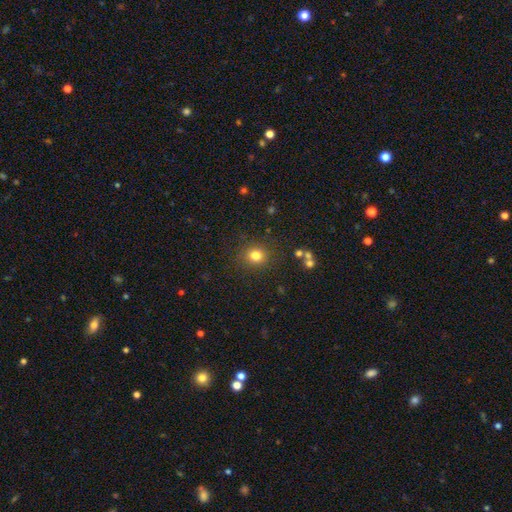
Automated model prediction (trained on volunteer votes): smooth 80%, star or artifact 13%, featured or disk 7%. Down the decision tree: how rounded — round (82%); merging — none (86%).